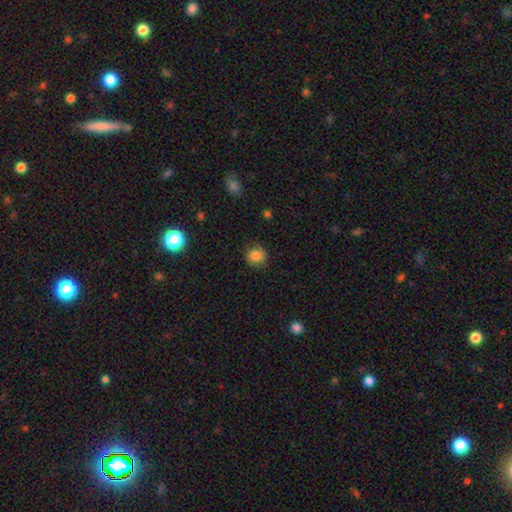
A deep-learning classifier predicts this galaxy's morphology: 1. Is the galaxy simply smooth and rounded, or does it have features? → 83% smooth, 12% star or artifact, 5% featured or disk.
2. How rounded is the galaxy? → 84% round, 15% in between, 1% cigar-shaped.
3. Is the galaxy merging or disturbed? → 84% none, 12% minor disturbance, 3% major disturbance, 1% merger.